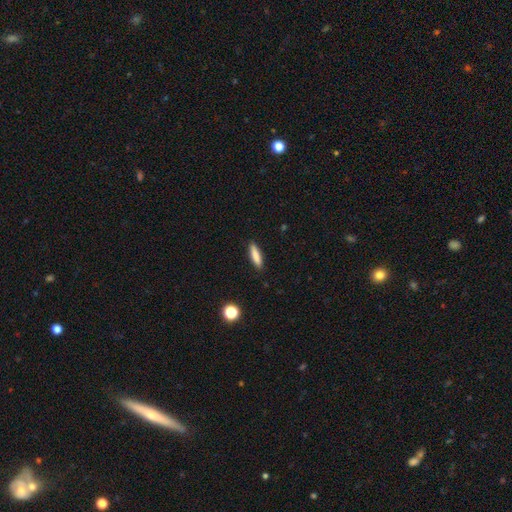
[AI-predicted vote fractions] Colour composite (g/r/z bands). It shows a smooth galaxy with no disk features (84%) that is cigar-shaped (75%). Merging: none (89%).